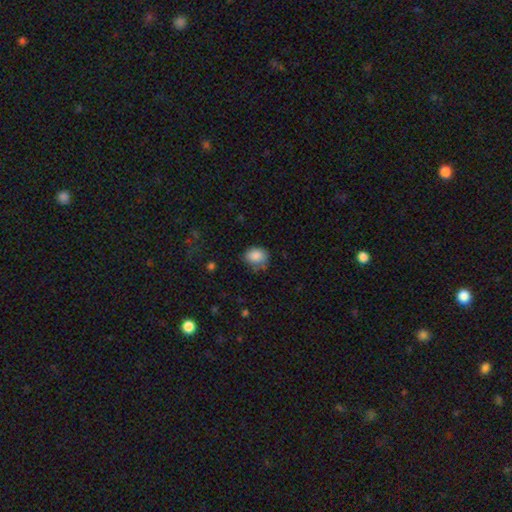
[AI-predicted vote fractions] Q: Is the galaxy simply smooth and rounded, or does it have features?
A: smooth — 86%.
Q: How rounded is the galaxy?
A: in between — 52%.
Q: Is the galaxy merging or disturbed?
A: none — 66%.